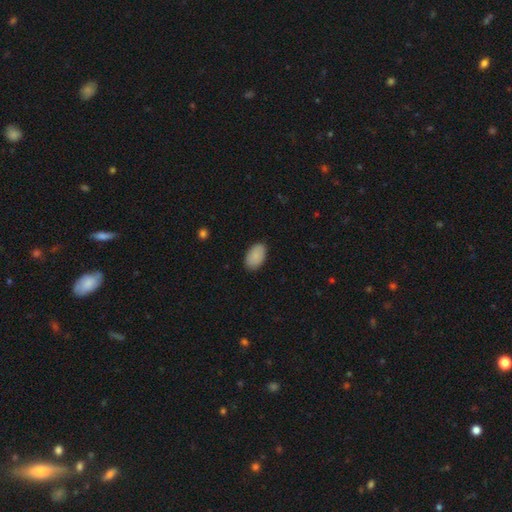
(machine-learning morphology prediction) A smooth galaxy with no disk features (87%) that is in between round and cigar-shaped (93%).

Vote fractions:
- Smooth or featured? smooth: 87% / featured or disk: 7% / star or artifact: 6%
- How rounded? in between: 93% / round: 6% / cigar-shaped: 1%
- Merging? none: 86% / minor disturbance: 11% / major disturbance: 2% / merger: 1%